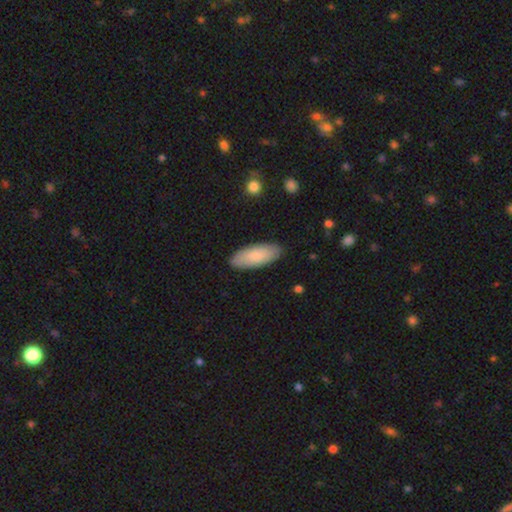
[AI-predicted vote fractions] Smooth or featured? Predicted: smooth (p=0.84). How rounded? Predicted: in between (p=0.80). Merging? Predicted: none (p=0.88).